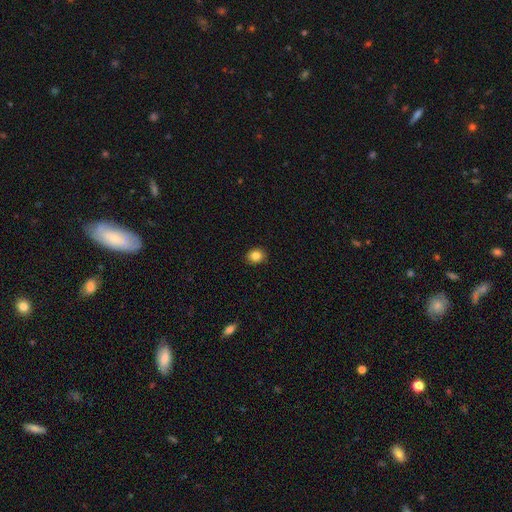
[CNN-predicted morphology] Overall: smooth (84%). How rounded: round (64%; in between 35%). Merging: none (88%).